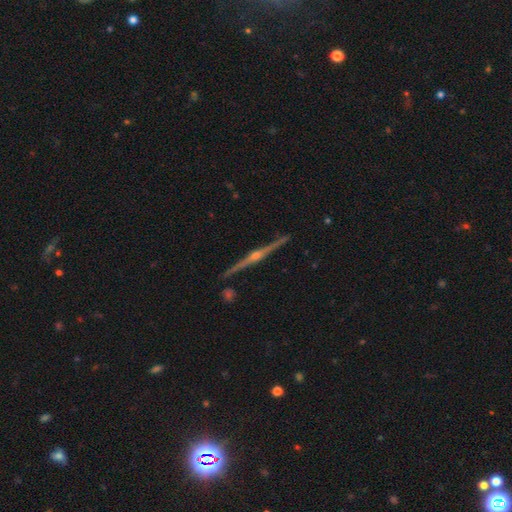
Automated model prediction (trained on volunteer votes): A featured or disk galaxy (86%) viewed edge-on (98%) with a rounded central bulge (90%).

Vote fractions:
- Smooth or featured? featured or disk: 86% / smooth: 8% / star or artifact: 6%
- Edge-on disk? yes: 98% / no: 2%
- Edge-on bulge? rounded: 90% / none: 6% / boxy: 5%
- Merging? none: 89% / minor disturbance: 7% / merger: 2% / major disturbance: 2%